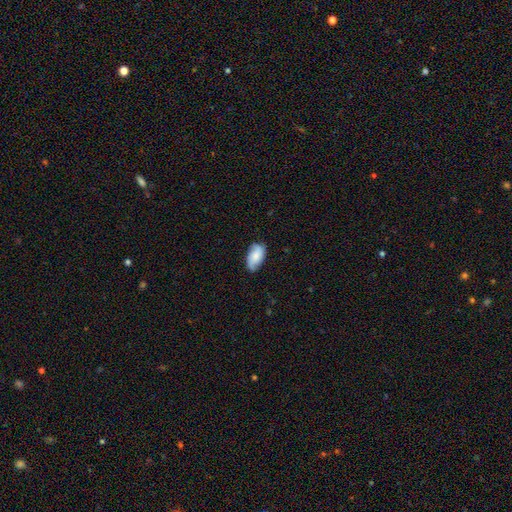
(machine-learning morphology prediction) type=smooth (54%); roundness=in between (92%); merging=none (74%).